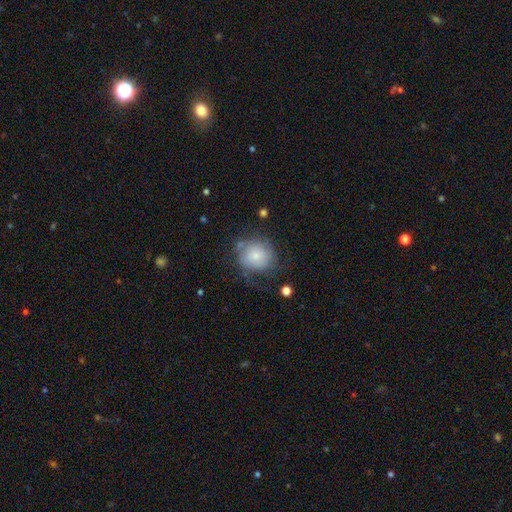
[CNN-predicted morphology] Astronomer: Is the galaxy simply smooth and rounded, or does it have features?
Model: smooth — 63%.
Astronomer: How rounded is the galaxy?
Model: round — 84%.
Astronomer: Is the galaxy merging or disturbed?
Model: none — 52%.